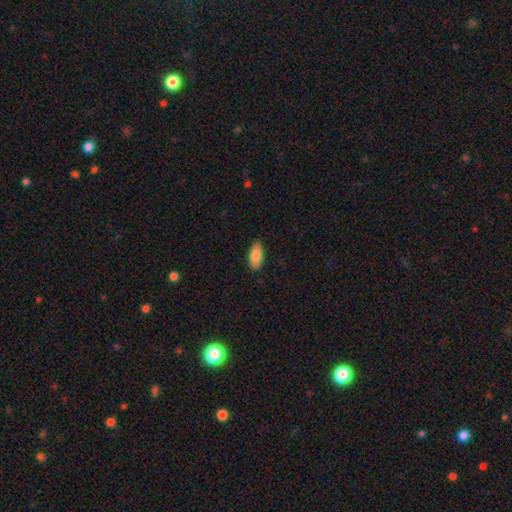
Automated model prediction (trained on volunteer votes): Smooth or featured?
  - smooth: 85% *
  - featured or disk: 9%
  - star or artifact: 6%
How rounded?
  - in between: 88% *
  - cigar-shaped: 10%
  - round: 2%
Merging?
  - none: 88% *
  - minor disturbance: 9%
  - major disturbance: 2%
  - merger: 1%